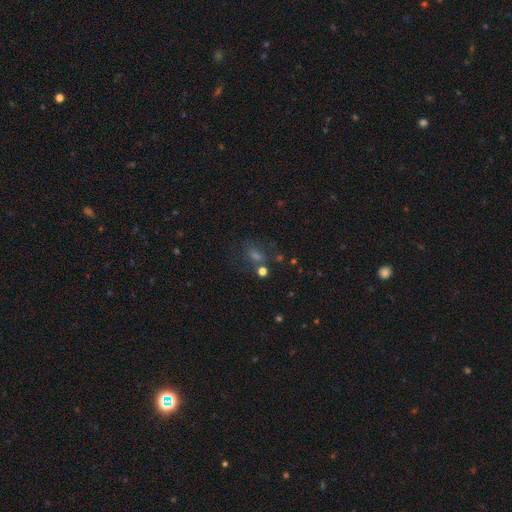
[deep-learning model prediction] Overall: smooth (43%; star or artifact 37%). Merging: none (59%).